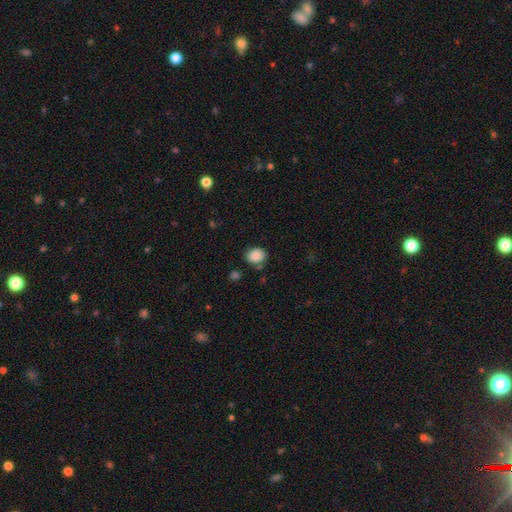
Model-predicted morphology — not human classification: smooth 87%, star or artifact 8%, featured or disk 4%. Down the decision tree: how rounded — in between (50%); merging — none (74%).